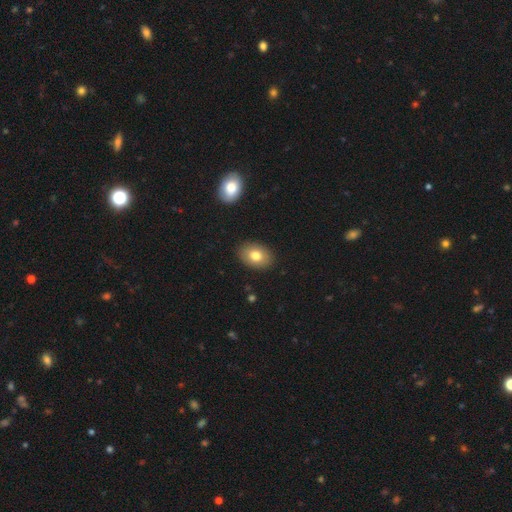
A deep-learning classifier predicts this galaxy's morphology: Smooth or featured: smooth — 79% (featured or disk — 13%)
How rounded: in between — 78% (round — 21%)
Merging: none — 89% (minor disturbance — 8%)